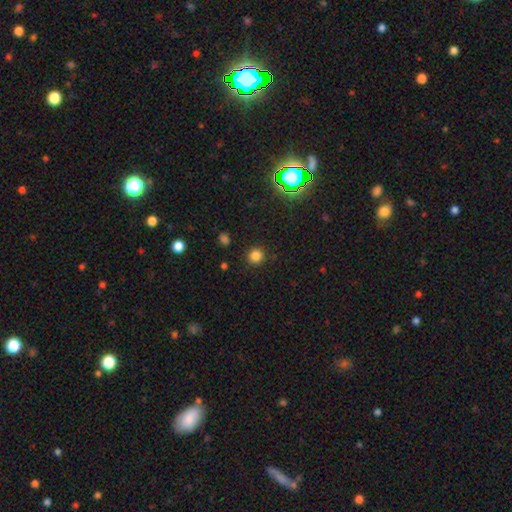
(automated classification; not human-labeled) A smooth galaxy with no disk features (80%) that is round (93%). Merging: none (89%).